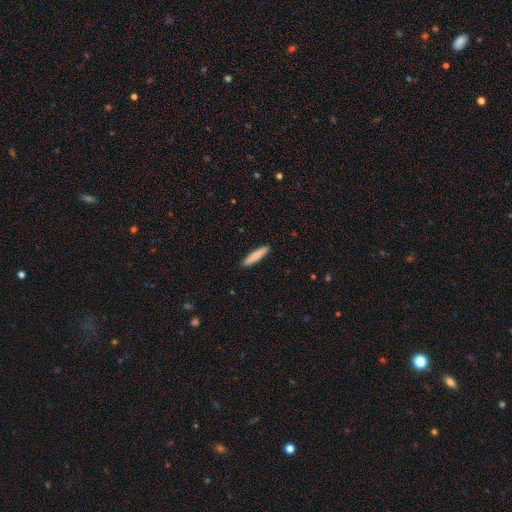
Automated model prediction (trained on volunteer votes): Q: Smooth or featured?
A: smooth (81%); runner-up: featured or disk (14%)
Q: How rounded?
A: cigar-shaped (91%); runner-up: in between (8%)
Q: Merging?
A: none (92%); runner-up: minor disturbance (6%)